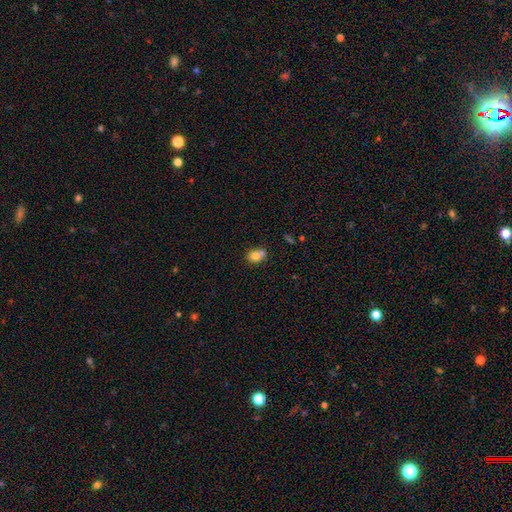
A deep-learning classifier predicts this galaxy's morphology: Q: Smooth or featured?
A: smooth (75%); runner-up: featured or disk (15%)
Q: How rounded?
A: round (67%); runner-up: in between (32%)
Q: Merging?
A: none (44%); runner-up: merger (41%)